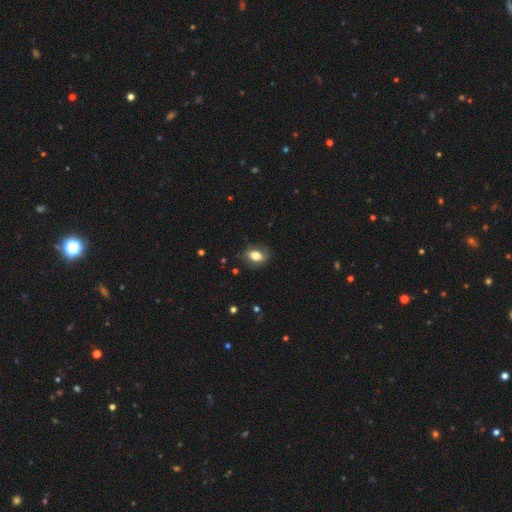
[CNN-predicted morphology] This is likely a smooth galaxy (69%). How rounded: clearly in between (82%). Merging: likely none (73%).